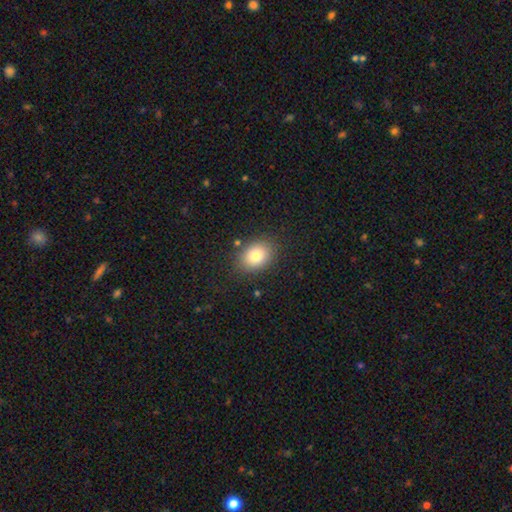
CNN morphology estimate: A smooth galaxy with no disk features (80%) that is in between round and cigar-shaped (69%). Merging: none (84%).